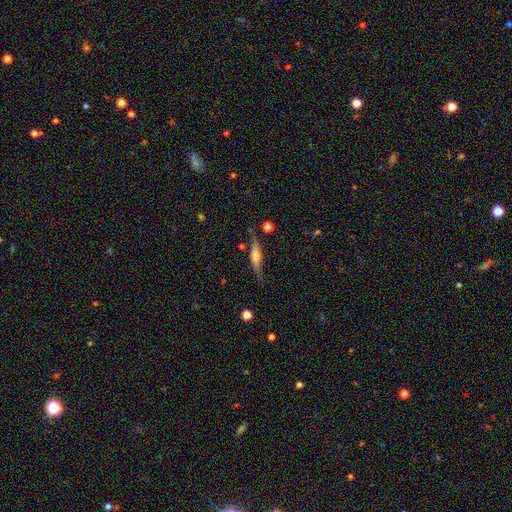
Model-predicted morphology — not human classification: The model was most divided on "edge-on bulge": rounded: 55%, boxy: 32%, none: 13%. More confident: edge-on disk — yes (87%); merging — none (72%); smooth or featured — featured or disk (60%).